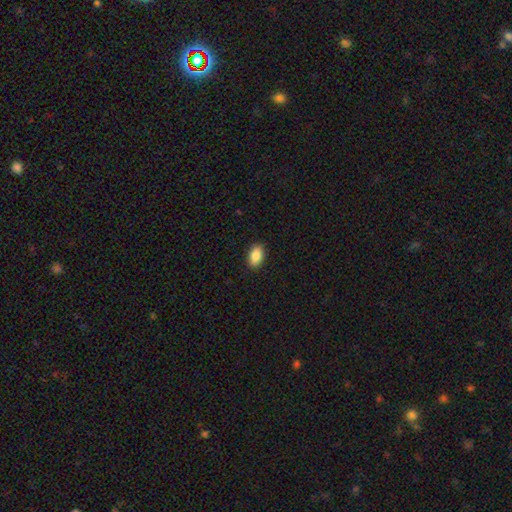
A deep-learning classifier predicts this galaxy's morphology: Smooth or featured?
  - smooth: 87% *
  - star or artifact: 7%
  - featured or disk: 5%
How rounded?
  - in between: 91% *
  - round: 7%
  - cigar-shaped: 2%
Merging?
  - none: 90% *
  - minor disturbance: 8%
  - major disturbance: 2%
  - merger: 1%